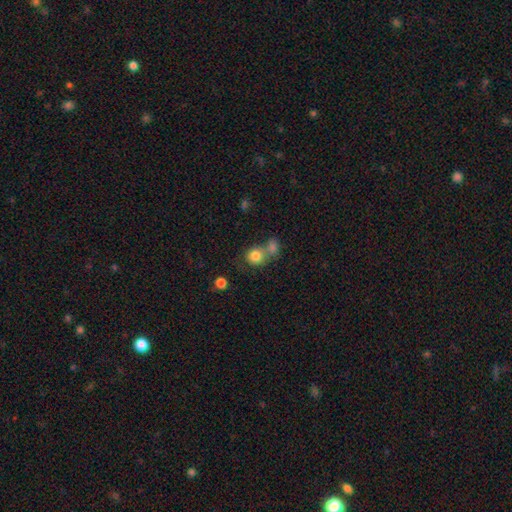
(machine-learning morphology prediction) smooth-or-featured: smooth: 81% | star or artifact: 10% | featured or disk: 8%
  how-rounded: round: 83% | in between: 16% | cigar-shaped: 1%
  merging: none: 44% | merger: 42% | minor disturbance: 9% | major disturbance: 5%